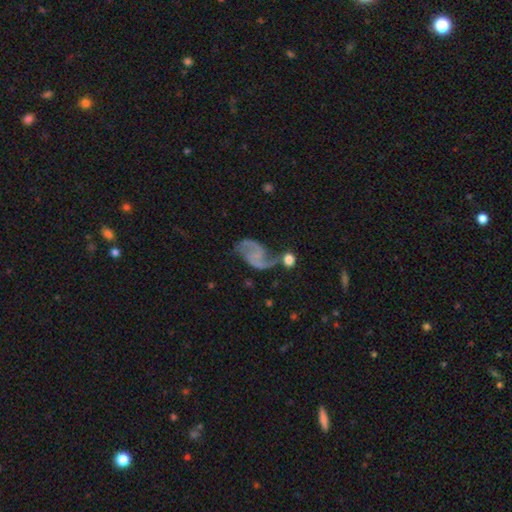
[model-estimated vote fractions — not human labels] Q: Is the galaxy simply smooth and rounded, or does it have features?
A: featured or disk — 83%.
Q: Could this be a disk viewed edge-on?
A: no — 98%.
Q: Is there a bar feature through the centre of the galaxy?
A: no — 58%.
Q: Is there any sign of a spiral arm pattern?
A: yes — 94%.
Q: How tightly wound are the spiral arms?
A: loose — 61%.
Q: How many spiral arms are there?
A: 2 — 91%.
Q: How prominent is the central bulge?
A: none — 65%.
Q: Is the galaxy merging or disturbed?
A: none — 51%.